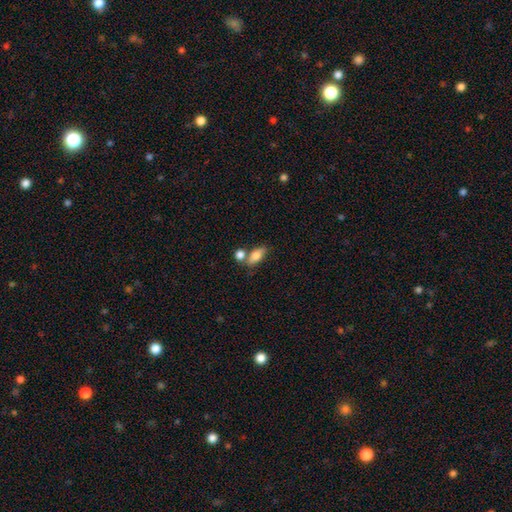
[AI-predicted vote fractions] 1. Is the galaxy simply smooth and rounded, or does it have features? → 77% smooth, 15% featured or disk, 8% star or artifact.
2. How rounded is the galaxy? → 80% in between, 11% cigar-shaped, 9% round.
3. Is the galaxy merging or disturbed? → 52% none, 29% merger, 14% minor disturbance, 5% major disturbance.